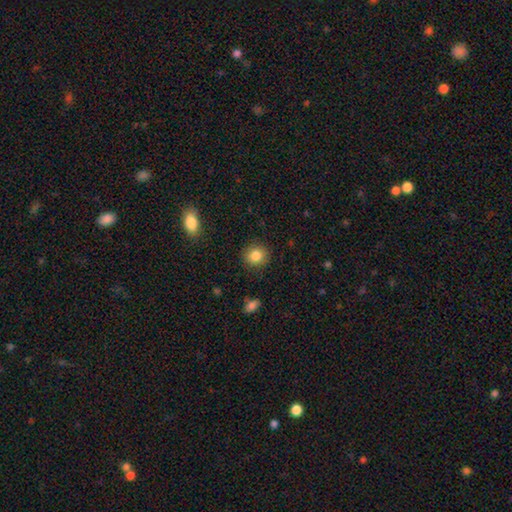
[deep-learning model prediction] This is clearly a smooth galaxy (84%). How rounded: likely round (80%). Merging: clearly none (89%).